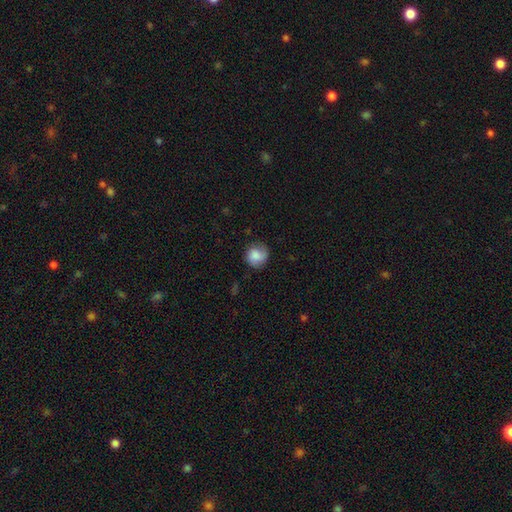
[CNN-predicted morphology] Smooth or featured?
  - smooth: 82% *
  - featured or disk: 11%
  - star or artifact: 7%
How rounded?
  - round: 86% *
  - in between: 13%
  - cigar-shaped: 1%
Merging?
  - none: 70% *
  - minor disturbance: 22%
  - major disturbance: 6%
  - merger: 1%